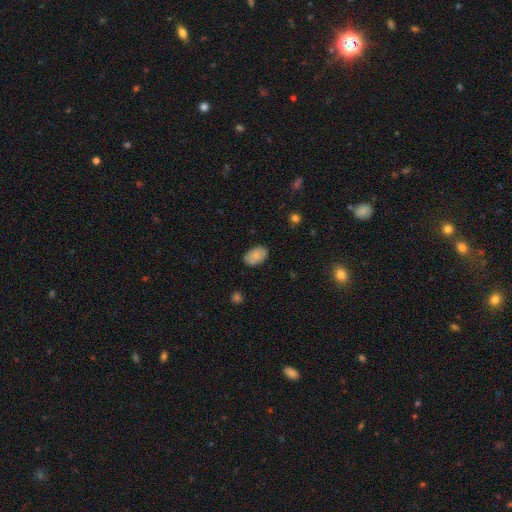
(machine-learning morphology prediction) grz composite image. It shows a smooth galaxy with no disk features (85%) that is in between round and cigar-shaped (92%). Merging: none (85%).